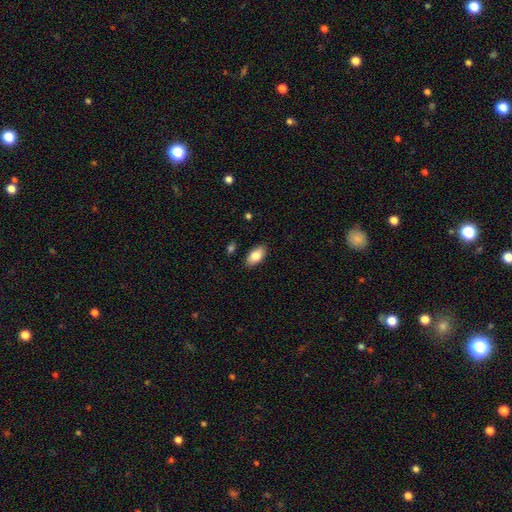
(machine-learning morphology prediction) A smooth galaxy with no disk features (83%) that is in between round and cigar-shaped (93%). Merging: none (88%).